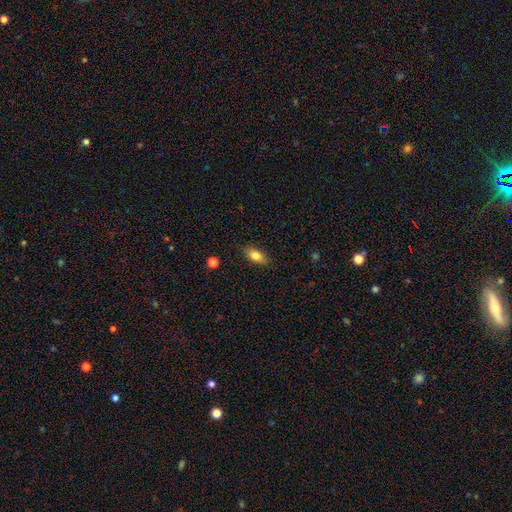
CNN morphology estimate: Smooth or featured: smooth — 80% (featured or disk — 12%)
How rounded: in between — 83% (cigar-shaped — 12%)
Merging: none — 85% (minor disturbance — 11%)